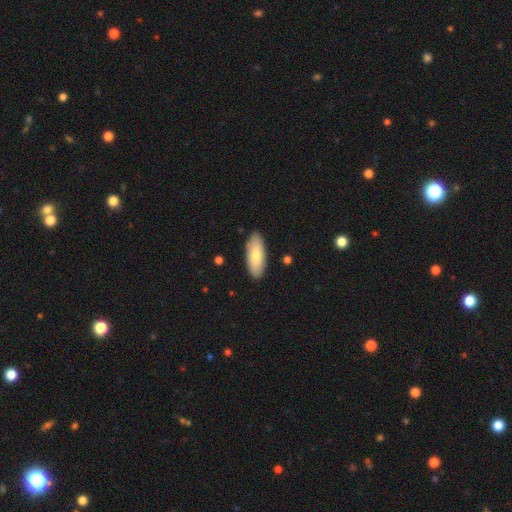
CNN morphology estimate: Overall: smooth (73%). How rounded: in between (80%). Merging: none (88%).